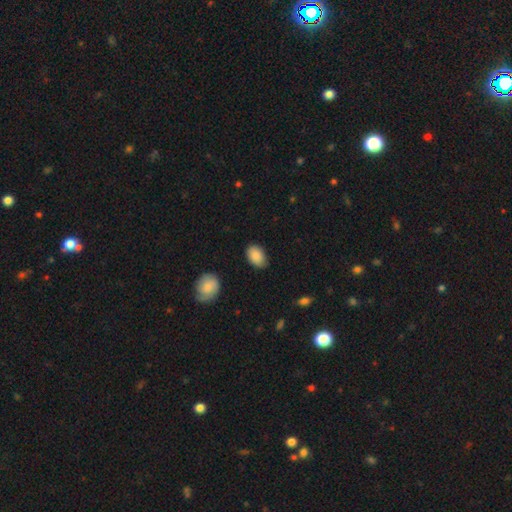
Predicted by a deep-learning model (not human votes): This is clearly a smooth galaxy (88%). How rounded: clearly in between (87%). Merging: likely none (79%).